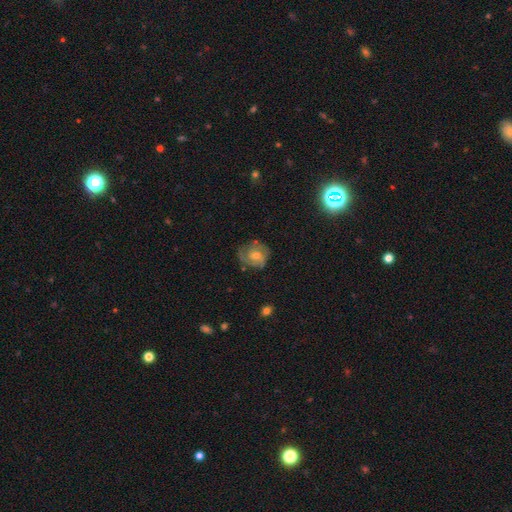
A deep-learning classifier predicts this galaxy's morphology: featured or disk 65%, smooth 23%, star or artifact 12%. Down the decision tree: edge-on disk — no (97%); bar — no (65%); spiral arms — yes (88%); spiral arm count — 2 (42%); spiral winding — tight (52%); bulge size — moderate (60%); merging — none (73%).